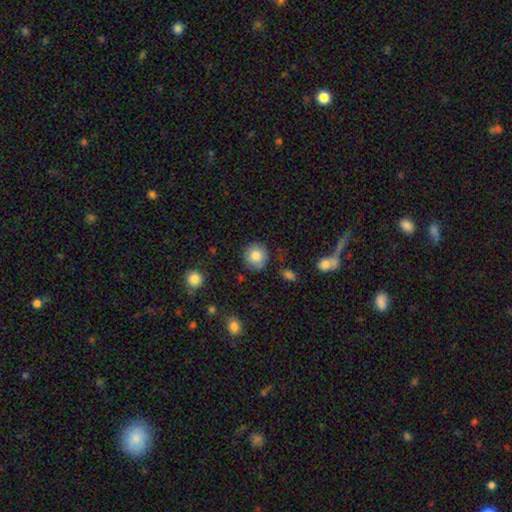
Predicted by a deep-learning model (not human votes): Smooth or featured? smooth (83%)
How rounded? round (90%)
Merging? none (83%)